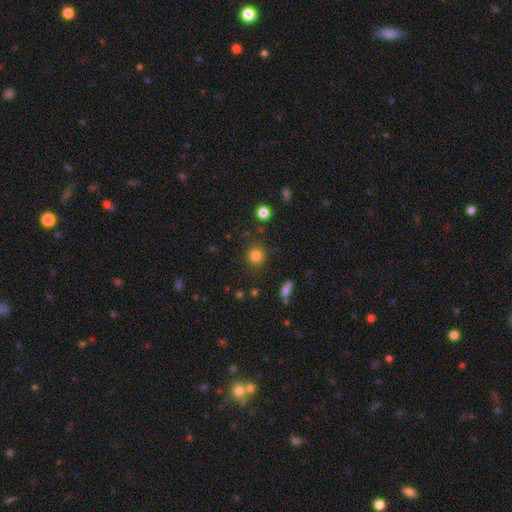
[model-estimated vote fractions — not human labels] A smooth galaxy with no disk features (81%) that is round (91%).

Vote fractions:
- Smooth or featured? smooth: 81% / star or artifact: 13% / featured or disk: 6%
- How rounded? round: 91% / in between: 8% / cigar-shaped: 1%
- Merging? none: 86% / minor disturbance: 8% / major disturbance: 3% / merger: 3%